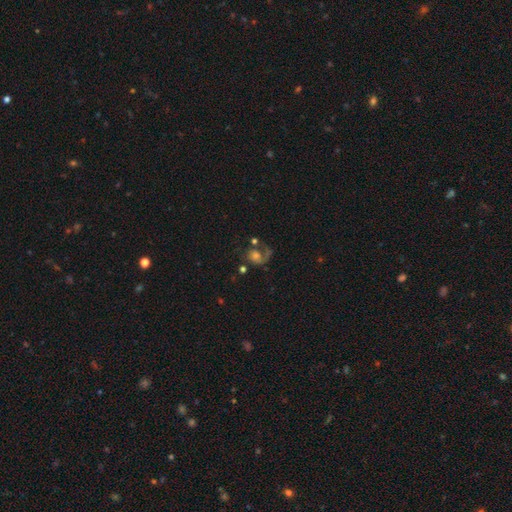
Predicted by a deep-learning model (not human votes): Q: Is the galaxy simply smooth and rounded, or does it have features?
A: featured or disk — 54%.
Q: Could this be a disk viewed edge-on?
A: no — 98%.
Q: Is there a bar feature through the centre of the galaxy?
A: no — 80%.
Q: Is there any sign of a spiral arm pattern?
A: yes — 76%.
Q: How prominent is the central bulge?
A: moderate — 41%.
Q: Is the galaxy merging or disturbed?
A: major disturbance — 38%.